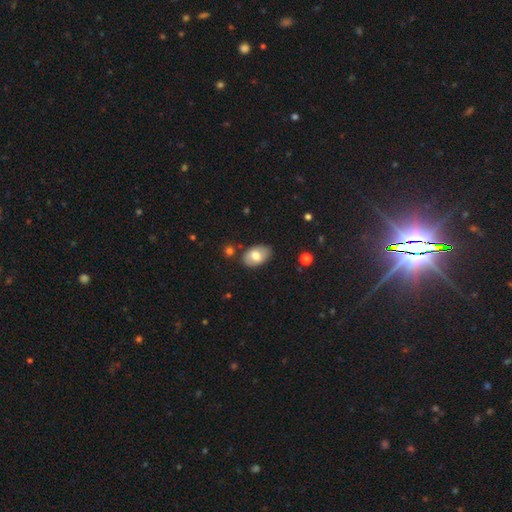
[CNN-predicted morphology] smooth-or-featured: smooth: 70% | featured or disk: 23% | star or artifact: 7%
  how-rounded: in between: 91% | round: 8% | cigar-shaped: 1%
  merging: none: 78% | minor disturbance: 16% | major disturbance: 3% | merger: 3%